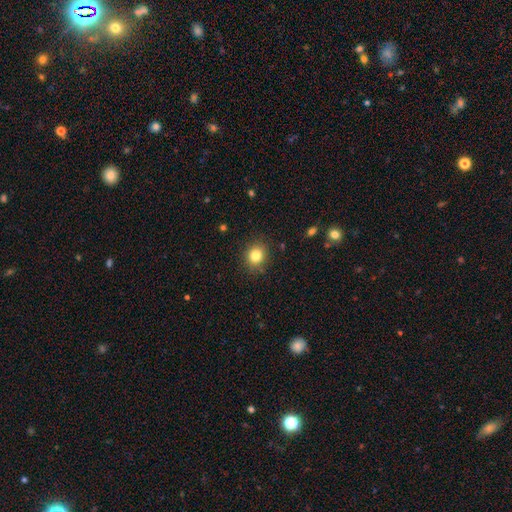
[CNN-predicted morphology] This is clearly a smooth galaxy (82%). How rounded: likely round (76%). Merging: clearly none (87%).